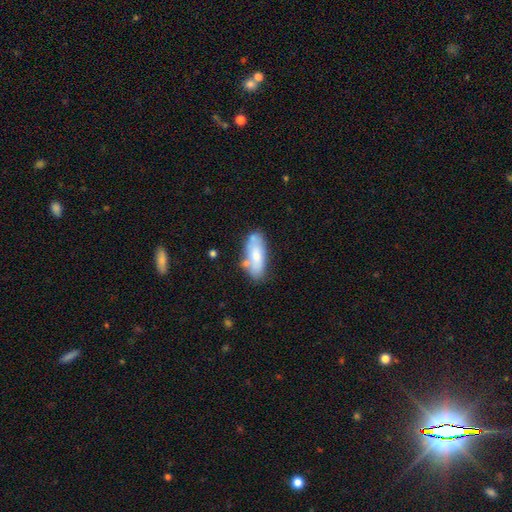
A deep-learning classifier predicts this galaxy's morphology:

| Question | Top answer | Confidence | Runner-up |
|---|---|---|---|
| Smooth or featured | smooth | 69% | featured or disk (25%) |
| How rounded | in between | 80% | cigar-shaped (18%) |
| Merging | none | 65% | minor disturbance (20%) |